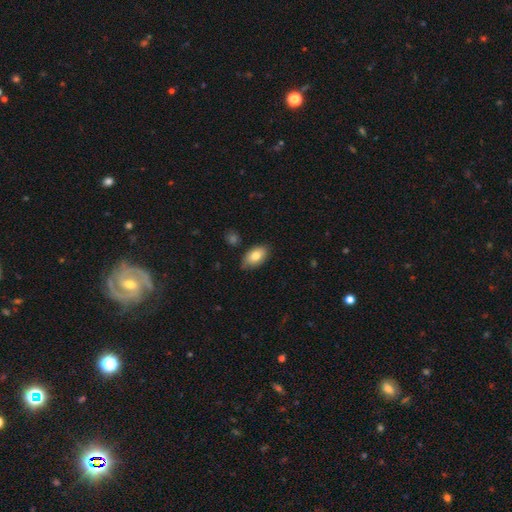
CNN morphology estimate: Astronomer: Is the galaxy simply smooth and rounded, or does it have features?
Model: smooth — 79%.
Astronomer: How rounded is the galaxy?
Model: in between — 93%.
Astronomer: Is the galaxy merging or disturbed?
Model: none — 79%.